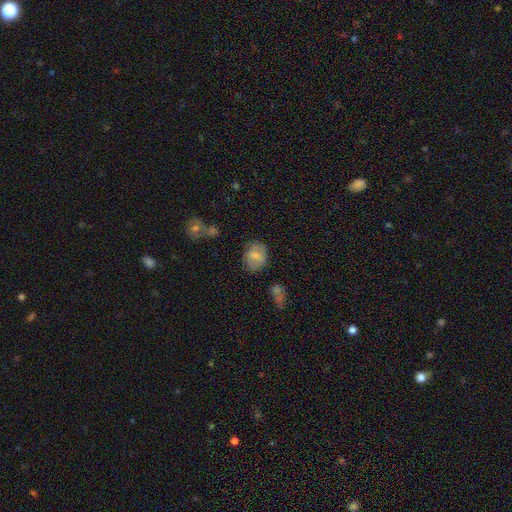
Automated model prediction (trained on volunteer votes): Morphology: type=smooth (71%); roundness=in between (52%); merging=none (73%).